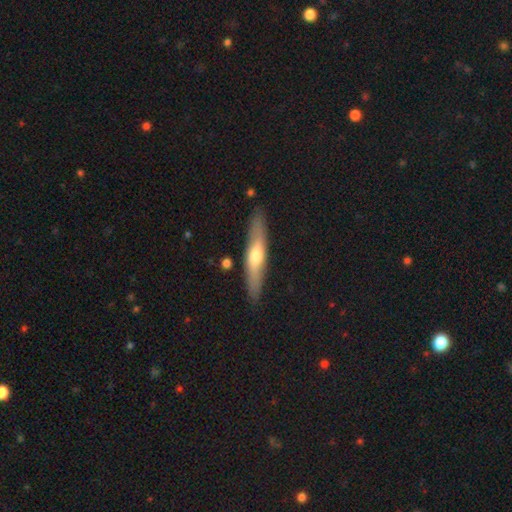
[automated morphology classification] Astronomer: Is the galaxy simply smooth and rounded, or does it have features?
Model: featured or disk — 48% (runner-up: smooth, 47%).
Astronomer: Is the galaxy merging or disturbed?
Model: none — 87%.